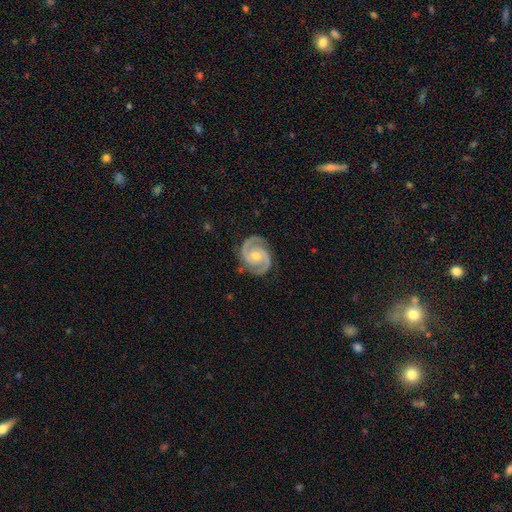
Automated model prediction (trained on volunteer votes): The model was most divided on "spiral winding": tight: 48%, medium: 46%, loose: 6%. More confident: spiral arms — yes (99%); edge-on disk — no (98%); spiral arm count — 2 (94%); smooth or featured — featured or disk (93%); merging — none (86%); bar — no (63%); bulge size — moderate (58%).